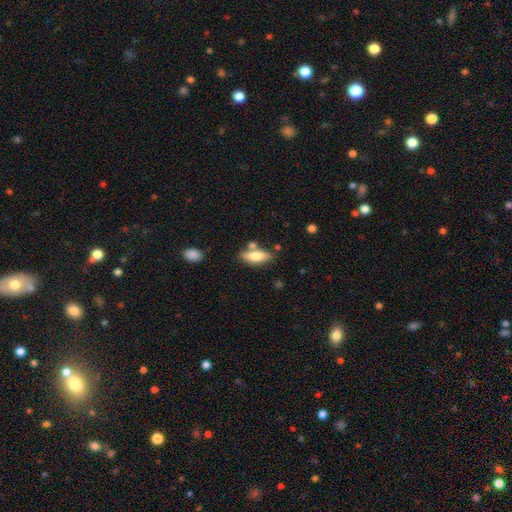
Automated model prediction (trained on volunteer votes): This is likely a smooth galaxy (73%). How rounded: likely in between (68%). Merging: likely none (66%).